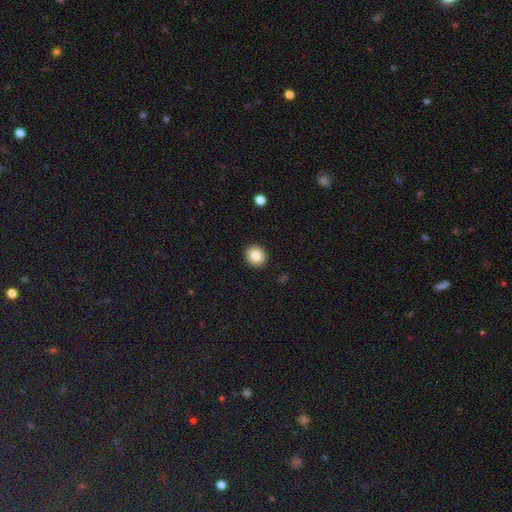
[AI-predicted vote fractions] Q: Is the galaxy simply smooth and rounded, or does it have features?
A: smooth — 84%.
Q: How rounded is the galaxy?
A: round — 84%.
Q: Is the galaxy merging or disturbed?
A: none — 92%.